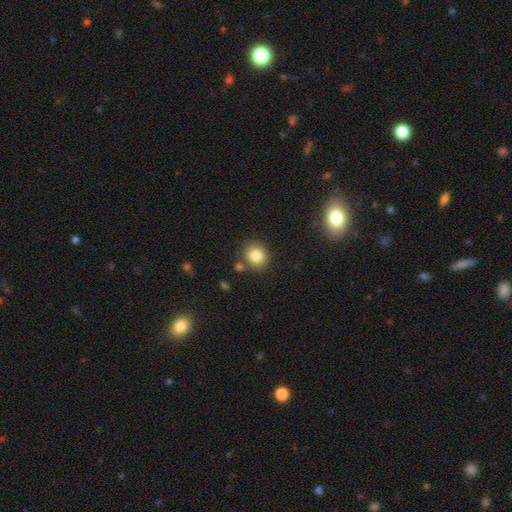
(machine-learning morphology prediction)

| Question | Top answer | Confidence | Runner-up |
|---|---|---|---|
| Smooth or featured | smooth | 82% | star or artifact (10%) |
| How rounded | round | 74% | in between (25%) |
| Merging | none | 81% | minor disturbance (10%) |